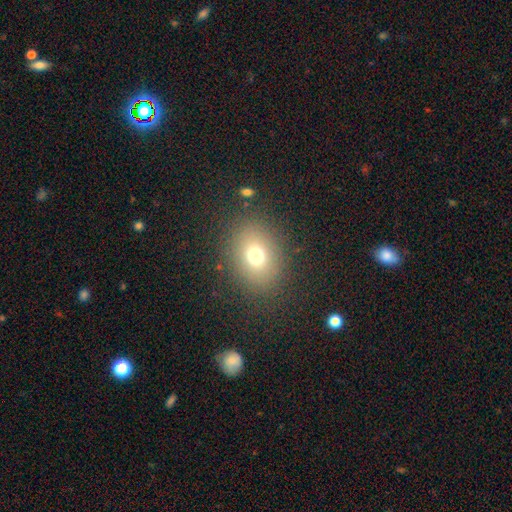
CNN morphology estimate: Smooth or featured? smooth (71%)
How rounded? round (54%)
Merging? none (84%)